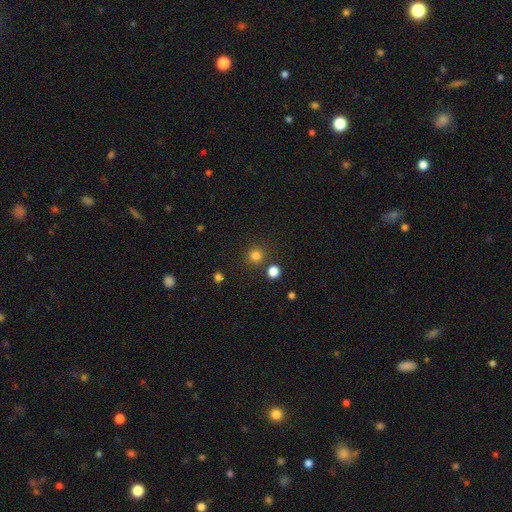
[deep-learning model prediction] Q: Smooth or featured?
A: smooth (80%); runner-up: star or artifact (16%)
Q: How rounded?
A: round (93%); runner-up: in between (6%)
Q: Merging?
A: none (82%); runner-up: merger (8%)